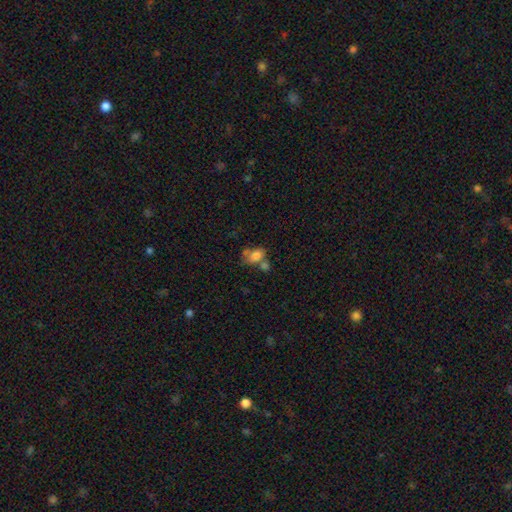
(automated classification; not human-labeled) The model was most divided on "merging": merger: 40%, none: 32%, minor disturbance: 17%, major disturbance: 11%. More confident: smooth or featured — smooth (73%); how rounded — in between (71%).